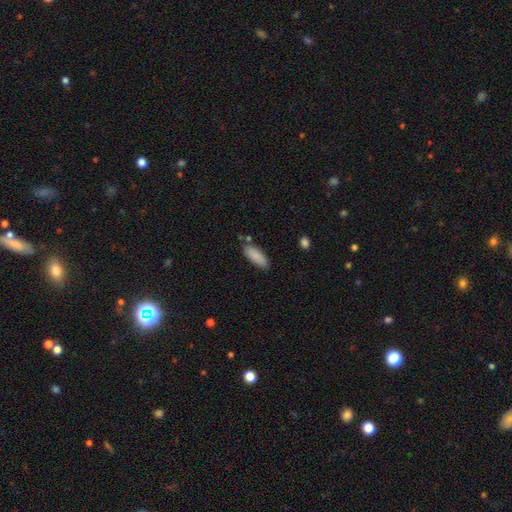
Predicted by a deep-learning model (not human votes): The model was most divided on "how rounded": in between: 73%, cigar-shaped: 26%, round: 2%. More confident: smooth or featured — smooth (87%); merging — none (77%).